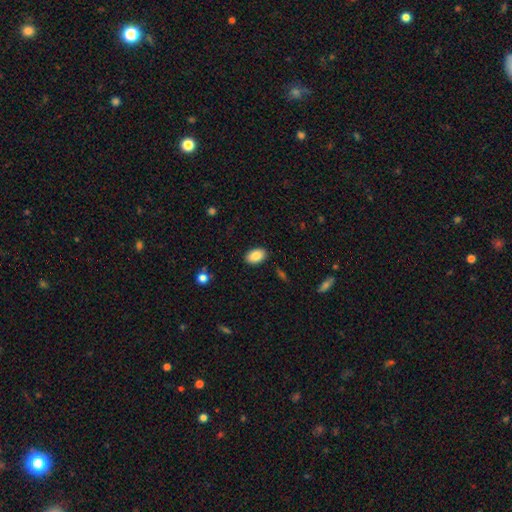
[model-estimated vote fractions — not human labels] This is clearly a smooth galaxy (86%). How rounded: clearly in between (90%). Merging: clearly none (88%).